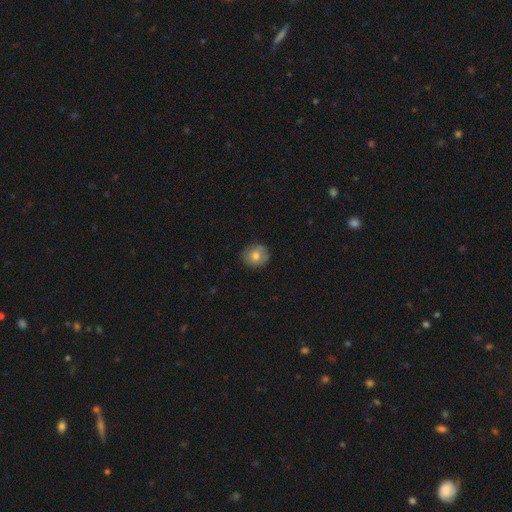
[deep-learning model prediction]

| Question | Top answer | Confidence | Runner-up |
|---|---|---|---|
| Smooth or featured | smooth | 73% | featured or disk (18%) |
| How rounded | round | 77% | in between (22%) |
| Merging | none | 79% | minor disturbance (17%) |